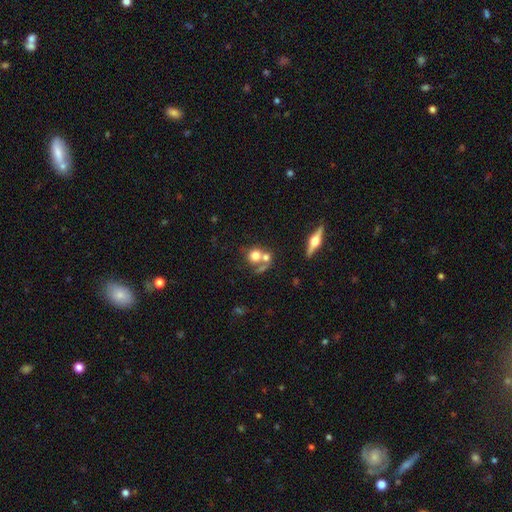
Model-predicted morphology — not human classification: The model was most divided on "merging": merger: 46%, none: 39%, minor disturbance: 9%, major disturbance: 6%. More confident: how rounded — round (81%); smooth or featured — smooth (63%).